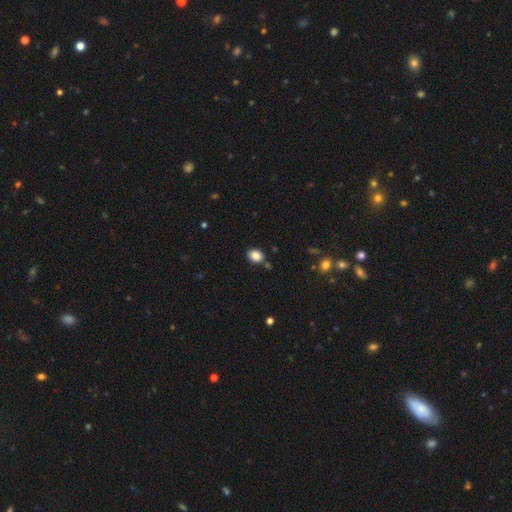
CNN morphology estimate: Smooth or featured? Predicted: smooth (p=0.86). How rounded? Predicted: in between (p=0.69). Merging? Predicted: none (p=0.81).